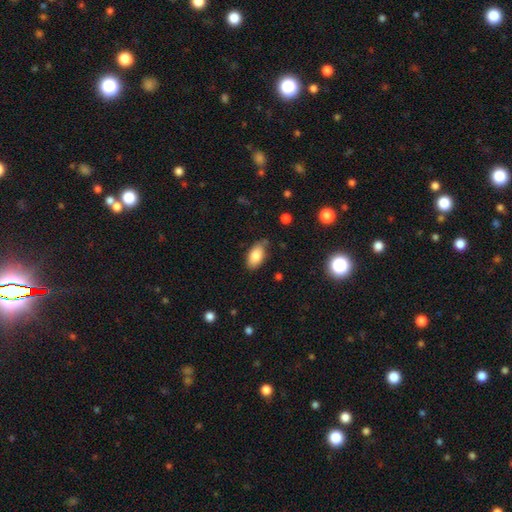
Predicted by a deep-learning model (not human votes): smooth-or-featured: smooth: 81% | featured or disk: 11% | star or artifact: 7%
  how-rounded: in between: 93% | round: 4% | cigar-shaped: 4%
  merging: none: 74% | minor disturbance: 20% | major disturbance: 3% | merger: 3%